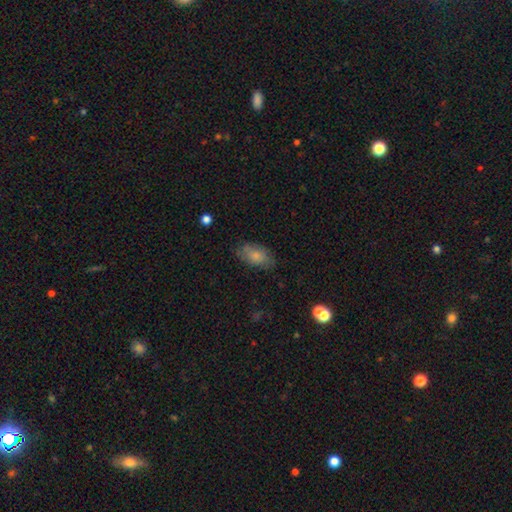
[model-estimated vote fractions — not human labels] Morphology: type=smooth (78%); roundness=in between (92%); merging=none (75%).